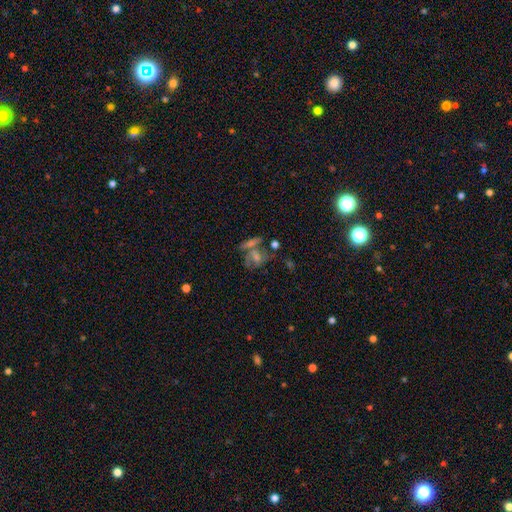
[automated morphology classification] A featured or disk galaxy (47%).

Vote fractions:
- Smooth or featured? featured or disk: 47% / star or artifact: 28% / smooth: 25%
- Merging? none: 41% / merger: 33% / major disturbance: 14% / minor disturbance: 13%